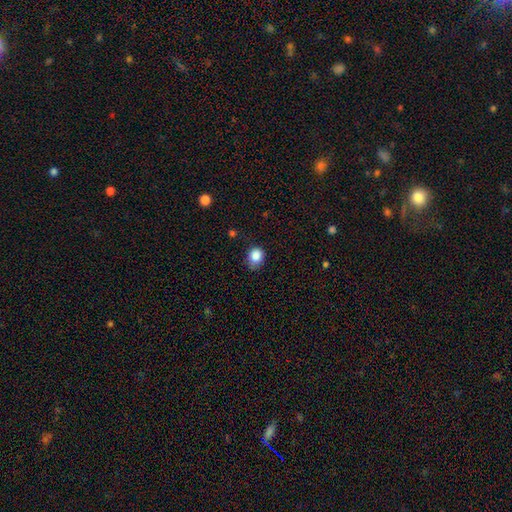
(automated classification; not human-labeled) Smooth or featured: smooth — 85% (star or artifact — 10%)
How rounded: round — 63% (in between — 37%)
Merging: none — 64% (minor disturbance — 29%)